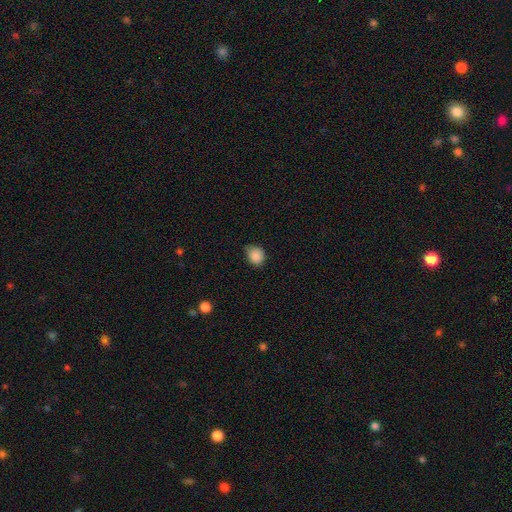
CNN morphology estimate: smooth_or_featured: smooth (p=0.87) [alt: star or artifact p=0.10]
how_rounded: round (p=0.72) [alt: in between p=0.27]
merging: none (p=0.68) [alt: minor disturbance p=0.27]